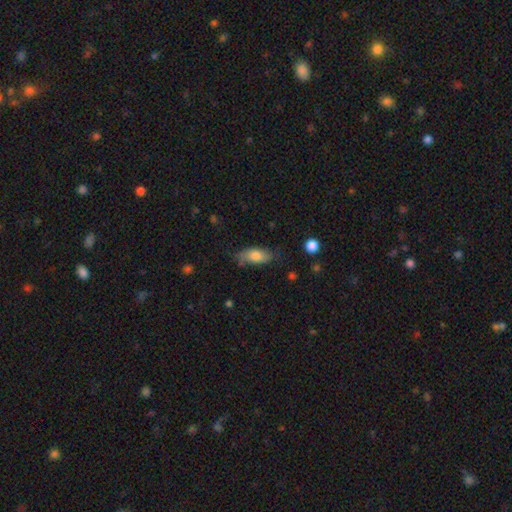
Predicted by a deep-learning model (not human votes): Overall: smooth (76%). How rounded: in between (84%). Merging: none (65%; minor disturbance 26%).